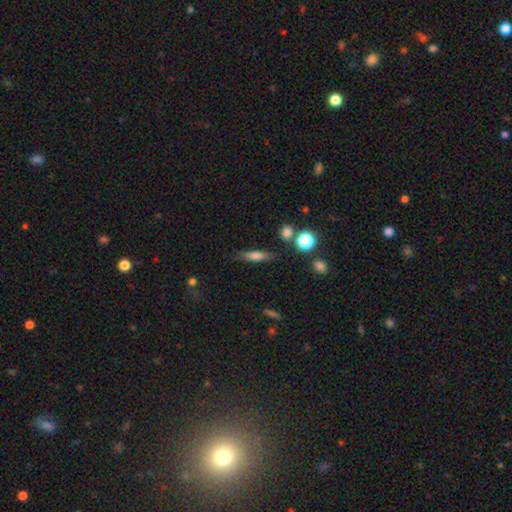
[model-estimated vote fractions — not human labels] Q: Smooth or featured?
A: smooth (63%); runner-up: featured or disk (27%)
Q: How rounded?
A: cigar-shaped (71%); runner-up: in between (24%)
Q: Merging?
A: none (79%); runner-up: minor disturbance (13%)